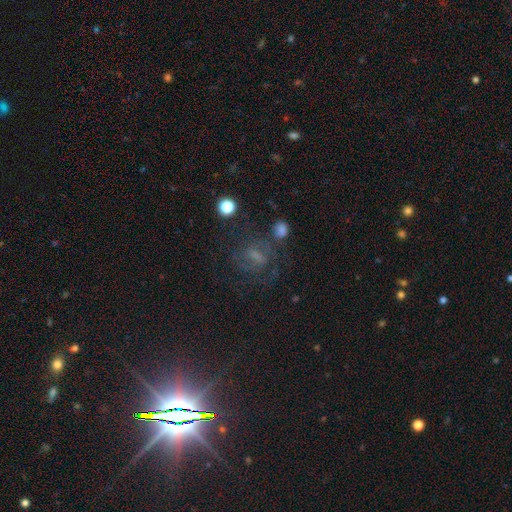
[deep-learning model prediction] Morphology: type=featured or disk (37%); merging=none (55%).